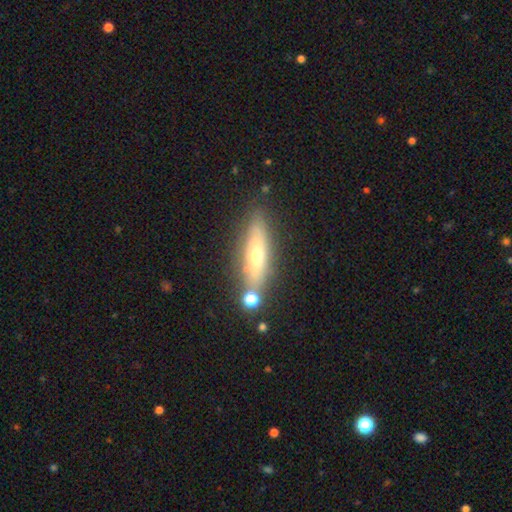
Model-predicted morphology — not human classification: Smooth or featured?
  - featured or disk: 47% *
  - smooth: 43%
  - star or artifact: 9%
Merging?
  - none: 78% *
  - minor disturbance: 12%
  - merger: 7%
  - major disturbance: 3%